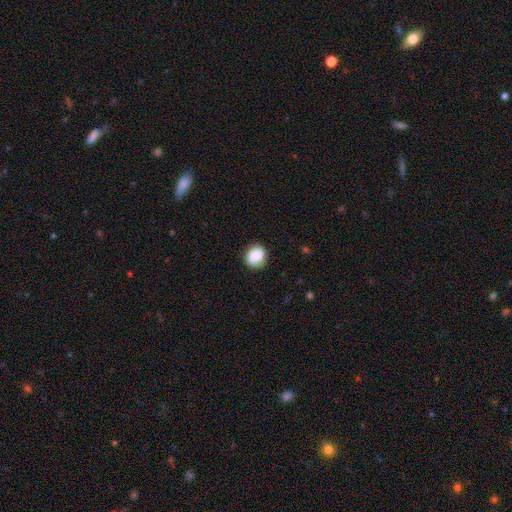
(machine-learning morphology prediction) type=smooth (80%); roundness=round (79%); merging=none (86%).